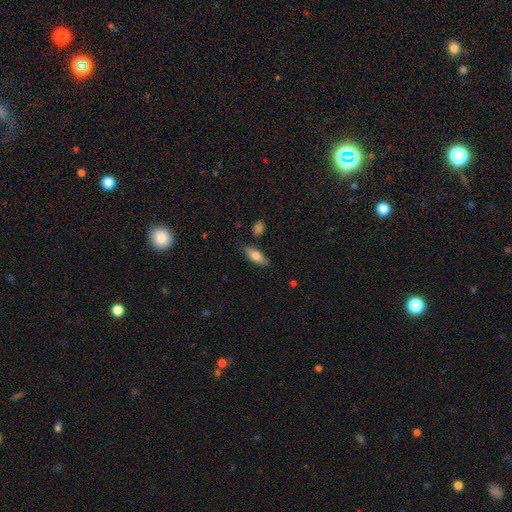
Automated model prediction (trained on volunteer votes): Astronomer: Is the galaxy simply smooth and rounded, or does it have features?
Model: smooth — 70%.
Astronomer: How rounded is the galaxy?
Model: in between — 69%.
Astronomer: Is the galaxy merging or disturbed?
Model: none — 83%.